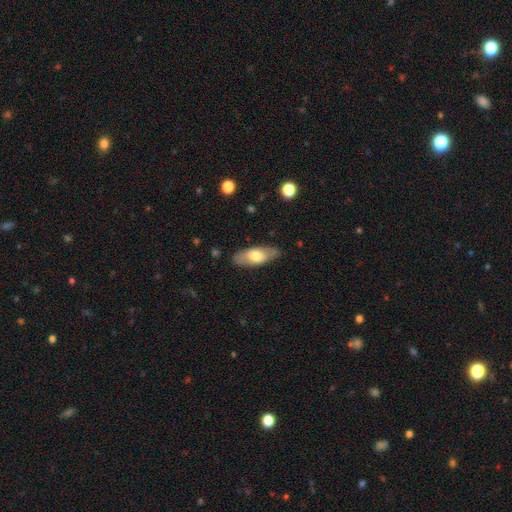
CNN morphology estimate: Smooth or featured?
  - smooth: 61% *
  - featured or disk: 33%
  - star or artifact: 6%
How rounded?
  - in between: 81% *
  - cigar-shaped: 17%
  - round: 3%
Merging?
  - none: 82% *
  - minor disturbance: 14%
  - major disturbance: 3%
  - merger: 1%